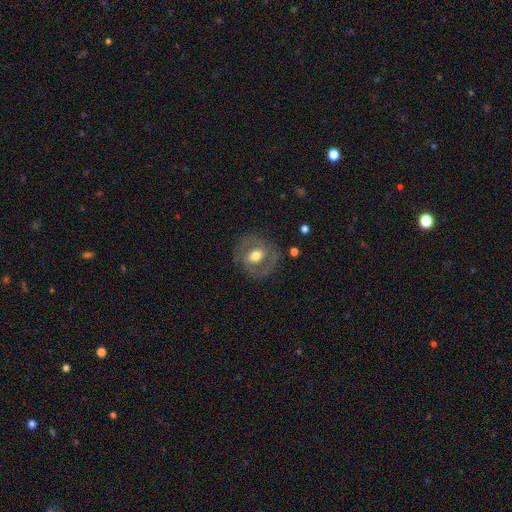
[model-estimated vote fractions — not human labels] A featured or disk galaxy (62%) with no bar (49%), spiral arms (52%) and a moderate central bulge (68%).

Vote fractions:
- Smooth or featured? featured or disk: 62% / smooth: 32% / star or artifact: 7%
- Edge-on disk? no: 95% / yes: 5%
- Bar? no: 49% / weak: 35% / strong: 16%
- Spiral arms? yes: 52% / no: 48%
- Bulge size? moderate: 68% / large: 21% / small: 8% / dominant: 2% / none: 1%
- Merging? none: 77% / minor disturbance: 14% / major disturbance: 8% / merger: 1%